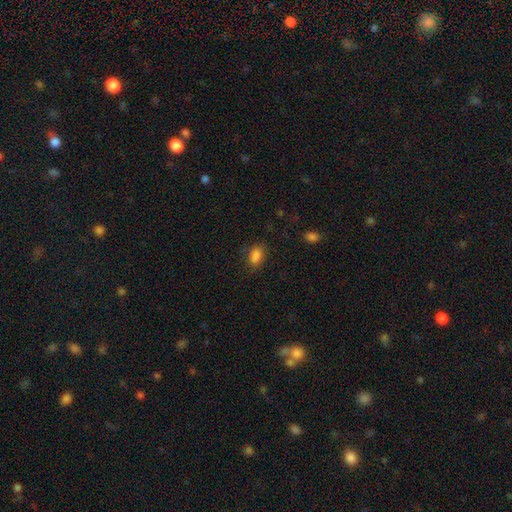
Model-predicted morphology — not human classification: A smooth galaxy with no disk features (83%) that is in between round and cigar-shaped (85%). Merging: none (71%).